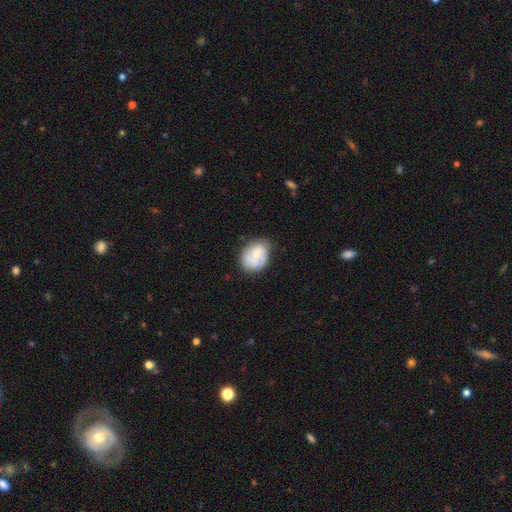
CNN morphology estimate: This is possibly a smooth galaxy (57%). How rounded: possibly in between (51%). Merging: likely none (66%).